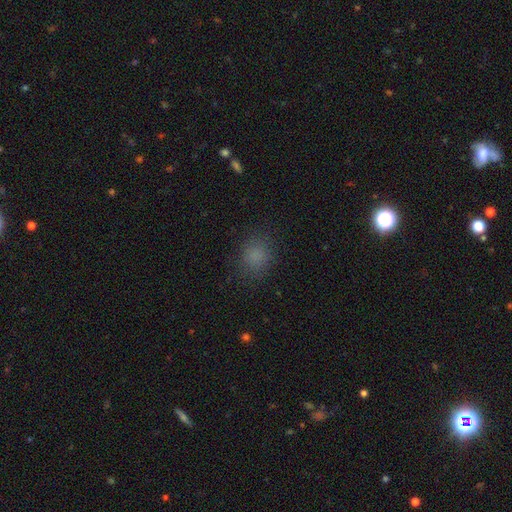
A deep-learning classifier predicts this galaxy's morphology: A smooth galaxy with no disk features (80%) that is round (69%). Merging: none (81%).